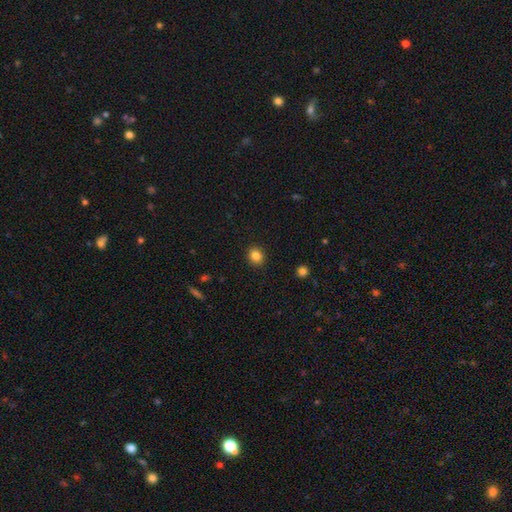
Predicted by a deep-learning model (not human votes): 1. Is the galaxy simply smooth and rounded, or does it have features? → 84% smooth, 11% star or artifact, 5% featured or disk.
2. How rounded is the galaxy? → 77% round, 22% in between, 1% cigar-shaped.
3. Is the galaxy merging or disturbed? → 91% none, 6% minor disturbance, 2% major disturbance, 1% merger.